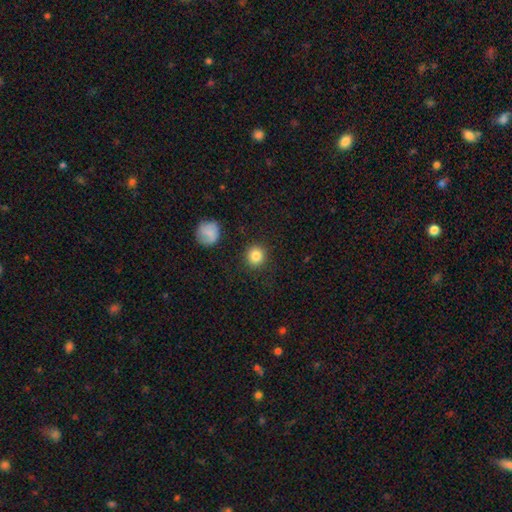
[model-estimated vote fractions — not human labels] This appears to be a smooth galaxy with no disk features (85%) that is round (91%). Merging: none (89%).